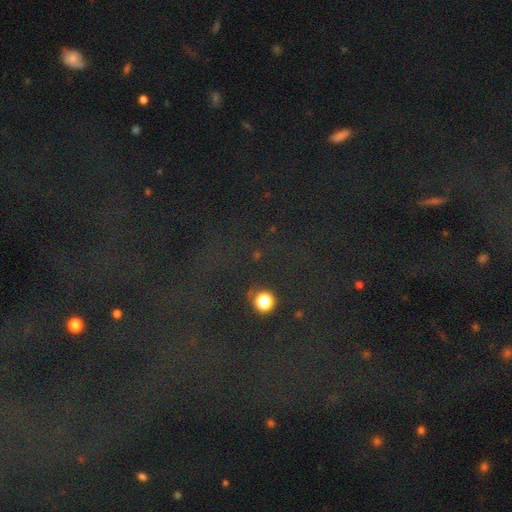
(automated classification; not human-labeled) smooth-or-featured: star or artifact: 80% | smooth: 12% | featured or disk: 8%